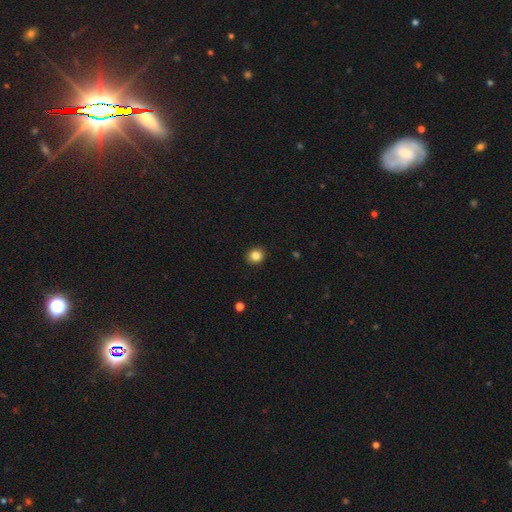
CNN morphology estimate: Smooth or featured? smooth (84%)
How rounded? round (83%)
Merging? none (92%)